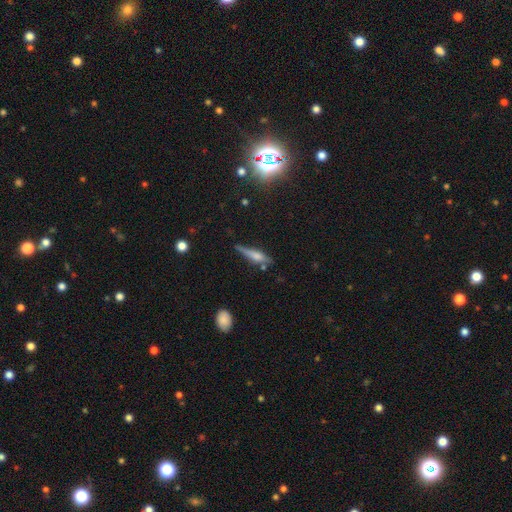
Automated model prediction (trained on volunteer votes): A featured or disk galaxy (48%). Merging: none (64%).